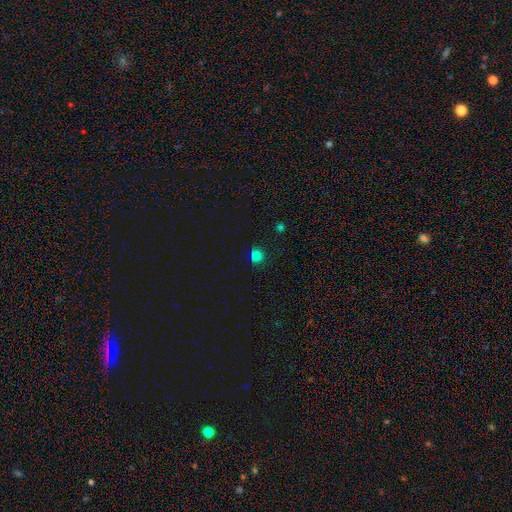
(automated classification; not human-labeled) Smooth or featured? smooth (81%)
How rounded? round (81%)
Merging? none (84%)